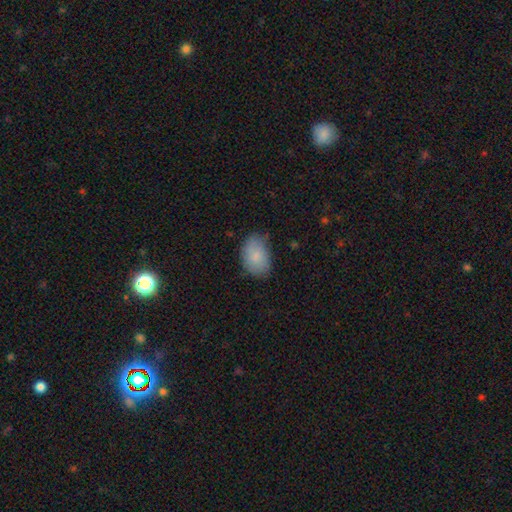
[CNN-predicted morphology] This appears to be a smooth galaxy with no disk features (83%) that is in between round and cigar-shaped (87%). Merging: none (69%).